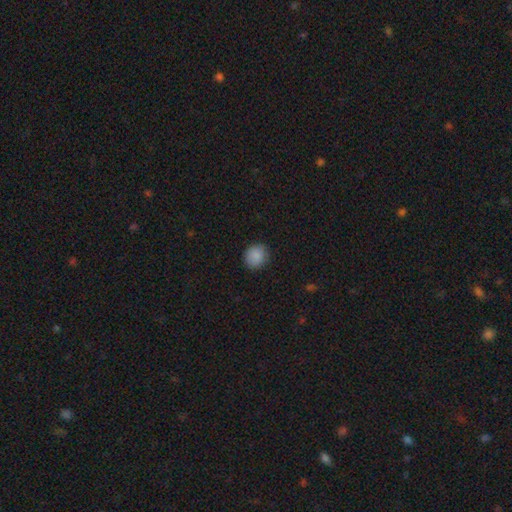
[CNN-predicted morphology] Smooth or featured?
  - smooth: 88% *
  - star or artifact: 9%
  - featured or disk: 4%
How rounded?
  - round: 84% *
  - in between: 15%
  - cigar-shaped: 1%
Merging?
  - none: 87% *
  - minor disturbance: 10%
  - major disturbance: 2%
  - merger: 1%